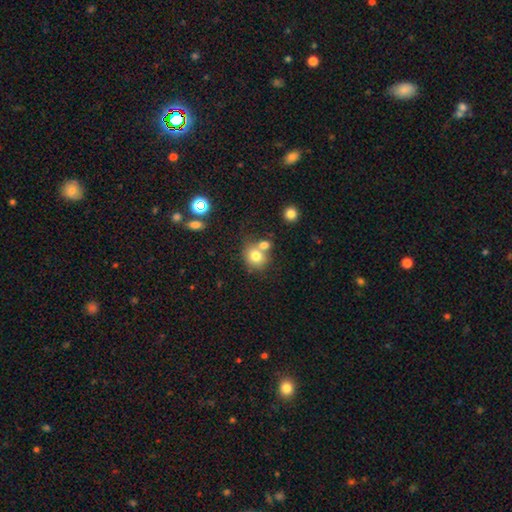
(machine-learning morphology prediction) A smooth galaxy with no disk features (76%) that is round (75%).

Vote fractions:
- Smooth or featured? smooth: 76% / featured or disk: 13% / star or artifact: 12%
- How rounded? round: 75% / in between: 24% / cigar-shaped: 1%
- Merging? none: 49% / merger: 37% / minor disturbance: 10% / major disturbance: 4%